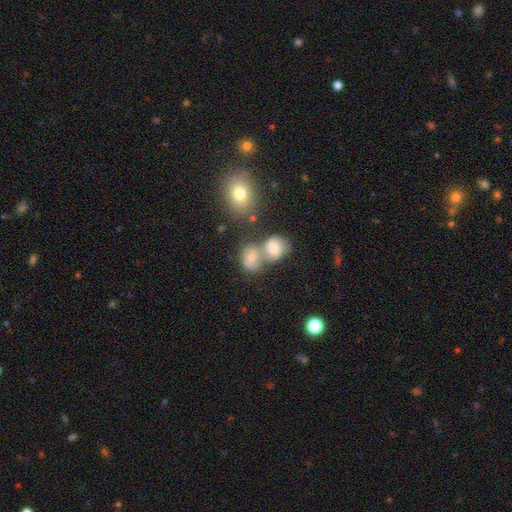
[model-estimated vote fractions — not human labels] Smooth or featured?
  - smooth: 56% *
  - star or artifact: 22%
  - featured or disk: 22%
How rounded?
  - round: 55% *
  - in between: 43%
  - cigar-shaped: 2%
Merging?
  - merger: 45% *
  - none: 40%
  - minor disturbance: 10%
  - major disturbance: 6%